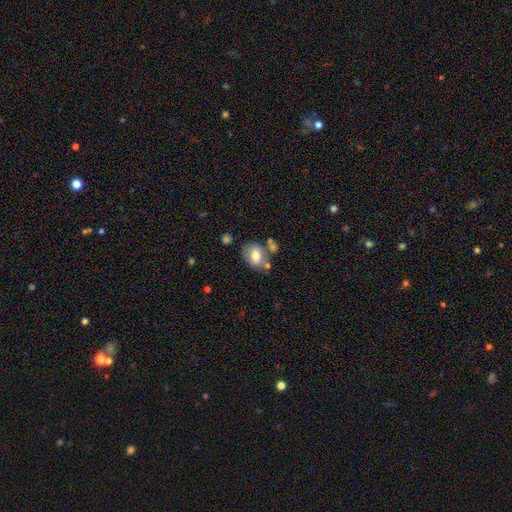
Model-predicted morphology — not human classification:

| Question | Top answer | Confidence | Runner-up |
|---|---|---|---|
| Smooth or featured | smooth | 68% | featured or disk (24%) |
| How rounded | in between | 69% | round (30%) |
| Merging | none | 57% | minor disturbance (19%) |